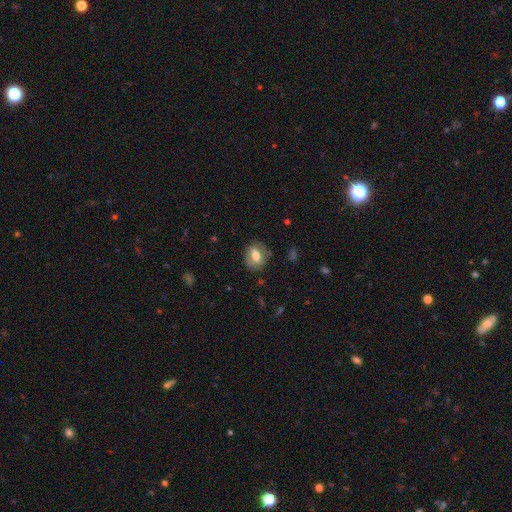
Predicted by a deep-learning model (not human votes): smooth 58%, featured or disk 35%, star or artifact 8%. Down the decision tree: how rounded — in between (62%); merging — none (76%).